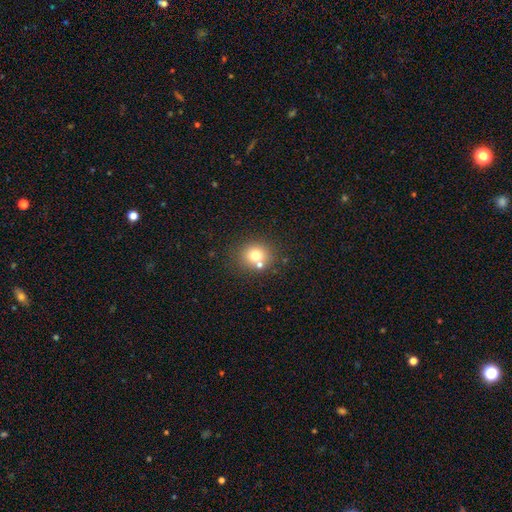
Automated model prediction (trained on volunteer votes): smooth_or_featured: smooth (p=0.73) [alt: star or artifact p=0.14]
how_rounded: round (p=0.81) [alt: in between p=0.18]
merging: none (p=0.67) [alt: merger p=0.21]